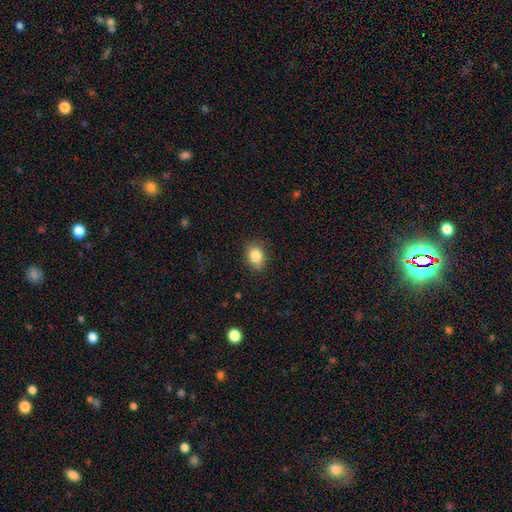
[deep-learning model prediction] Q: Smooth or featured?
A: smooth (84%); runner-up: star or artifact (10%)
Q: How rounded?
A: in between (55%); runner-up: round (44%)
Q: Merging?
A: none (78%); runner-up: minor disturbance (17%)